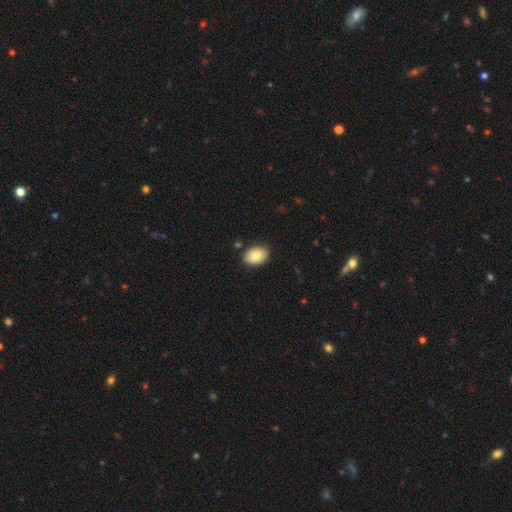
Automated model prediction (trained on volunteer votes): Smooth or featured? Predicted: smooth (p=0.83). How rounded? Predicted: in between (p=0.85). Merging? Predicted: none (p=0.86).